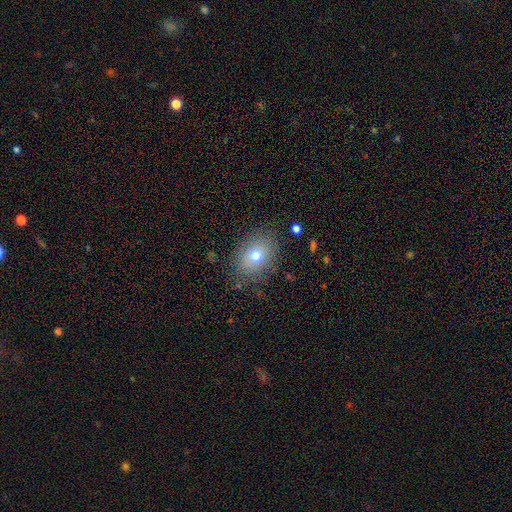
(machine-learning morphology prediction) A smooth galaxy with no disk features (73%) that is in between round and cigar-shaped (68%). Merging: none (82%).